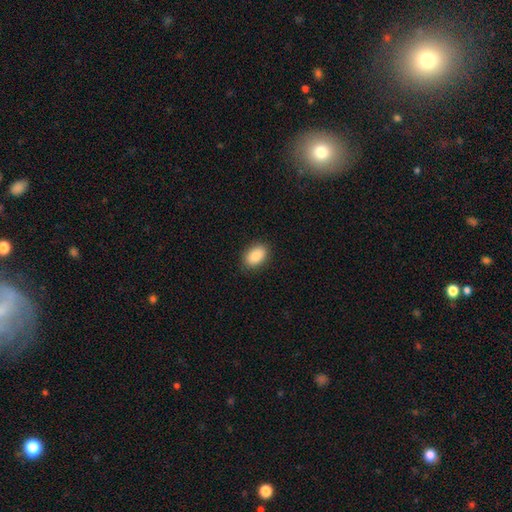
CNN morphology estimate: Smooth or featured? smooth (89%)
How rounded? in between (89%)
Merging? none (88%)